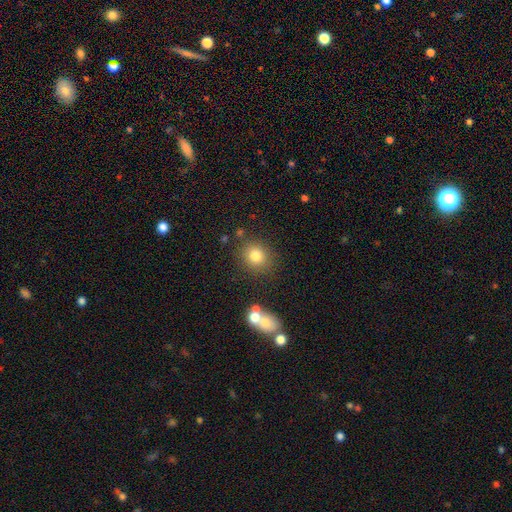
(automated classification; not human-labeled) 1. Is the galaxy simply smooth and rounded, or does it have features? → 79% smooth, 12% star or artifact, 8% featured or disk.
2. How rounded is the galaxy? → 82% round, 17% in between, 1% cigar-shaped.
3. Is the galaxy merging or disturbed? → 80% none, 10% minor disturbance, 6% merger, 4% major disturbance.